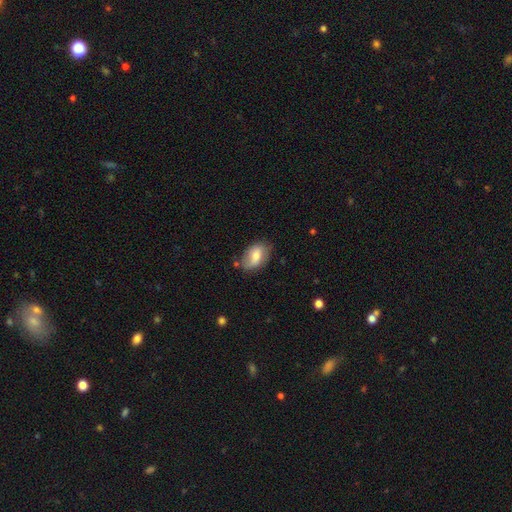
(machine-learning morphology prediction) smooth_or_featured: smooth (p=0.66) [alt: featured or disk p=0.26]
how_rounded: in between (p=0.88) [alt: round p=0.10]
merging: none (p=0.66) [alt: minor disturbance p=0.25]